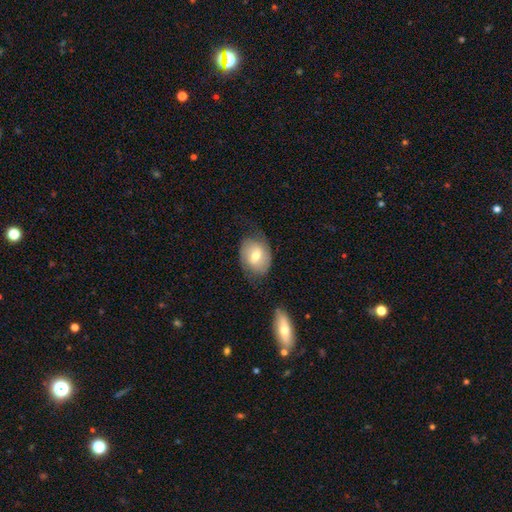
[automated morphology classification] The model was most divided on "smooth or featured": smooth: 57%, featured or disk: 36%, star or artifact: 7%. More confident: merging — none (65%); how rounded — in between (63%).